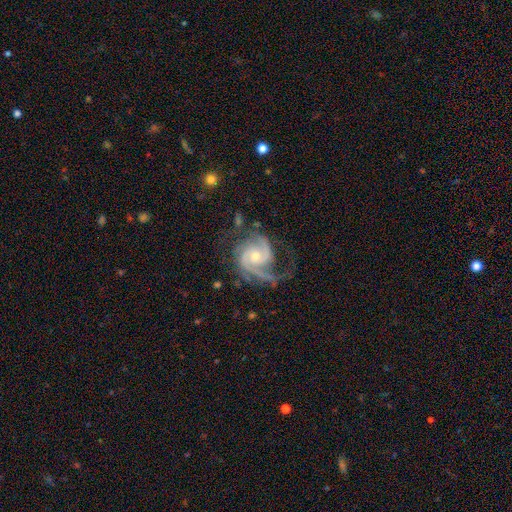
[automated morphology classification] Smooth or featured: featured or disk — 92% (star or artifact — 4%)
Edge-on disk: no — 98% (yes — 2%)
Bar: no — 67% (weak — 27%)
Spiral arms: yes — 98% (no — 2%)
Spiral winding: medium — 47% (tight — 43%)
Spiral arm count: 2 — 59% (3 — 25%)
Bulge size: moderate — 51% (small — 45%)
Merging: none — 60% (minor disturbance — 22%)